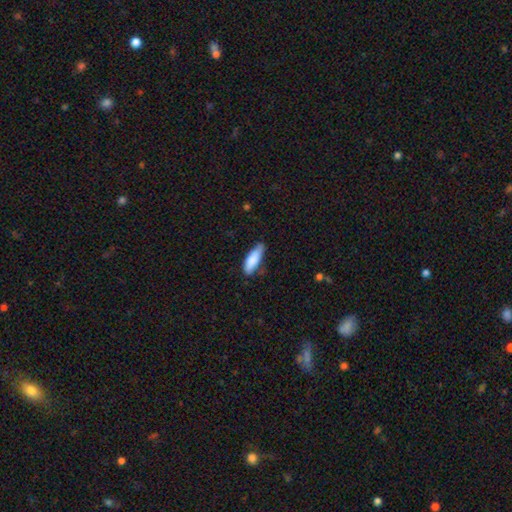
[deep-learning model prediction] This is clearly a smooth galaxy (85%). How rounded: likely in between (62%). Merging: likely none (62%).